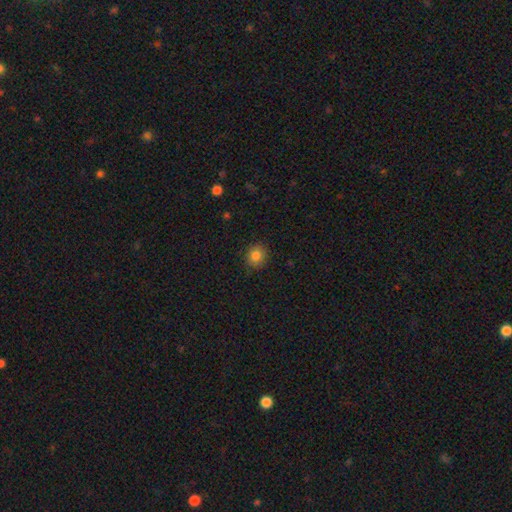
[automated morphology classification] A smooth galaxy with no disk features (83%) that is round (76%).

Vote fractions:
- Smooth or featured? smooth: 83% / star or artifact: 11% / featured or disk: 6%
- How rounded? round: 76% / in between: 23% / cigar-shaped: 1%
- Merging? none: 88% / minor disturbance: 9% / major disturbance: 2% / merger: 1%